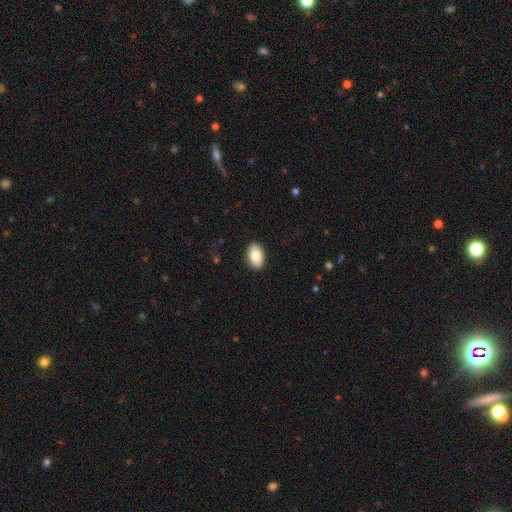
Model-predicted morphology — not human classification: Q: Smooth or featured?
A: smooth (85%); runner-up: featured or disk (9%)
Q: How rounded?
A: in between (93%); runner-up: round (5%)
Q: Merging?
A: none (88%); runner-up: minor disturbance (9%)